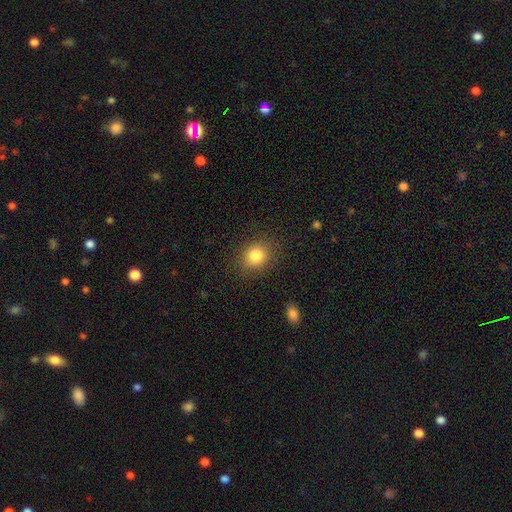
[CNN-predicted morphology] Q: Smooth or featured?
A: smooth (83%); runner-up: star or artifact (11%)
Q: How rounded?
A: round (68%); runner-up: in between (31%)
Q: Merging?
A: none (86%); runner-up: minor disturbance (10%)